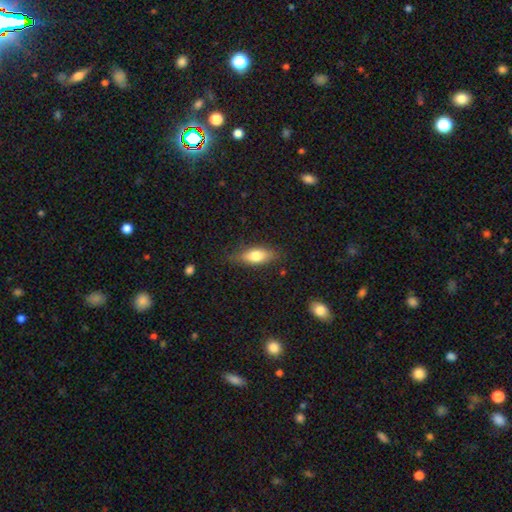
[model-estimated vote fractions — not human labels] Smooth or featured: smooth — 71% (featured or disk — 22%)
How rounded: in between — 72% (cigar-shaped — 24%)
Merging: none — 79% (minor disturbance — 16%)